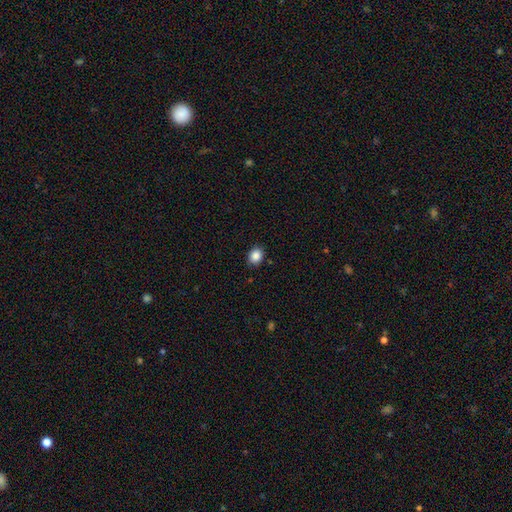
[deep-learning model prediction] This appears to be a smooth galaxy with no disk features (87%) that is round (57%). Merging: none (87%).